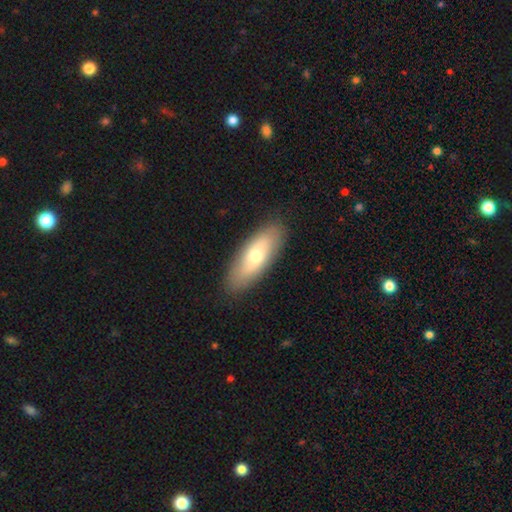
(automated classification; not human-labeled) smooth 60%, featured or disk 35%, star or artifact 6%. Down the decision tree: how rounded — in between (71%); merging — none (88%).